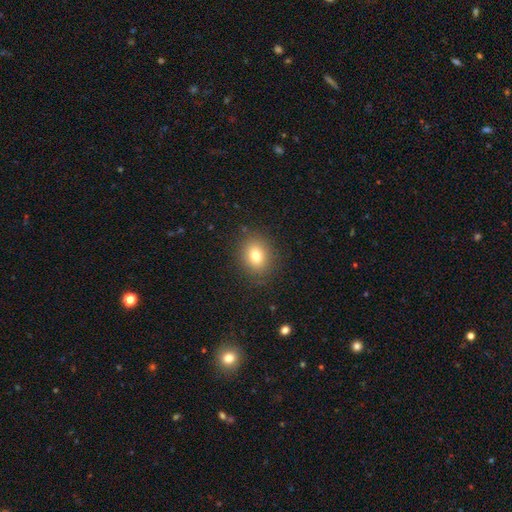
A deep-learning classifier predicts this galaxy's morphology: smooth-or-featured: smooth: 77% | star or artifact: 13% | featured or disk: 11%
  how-rounded: round: 59% | in between: 40% | cigar-shaped: 1%
  merging: none: 86% | minor disturbance: 9% | major disturbance: 3% | merger: 1%